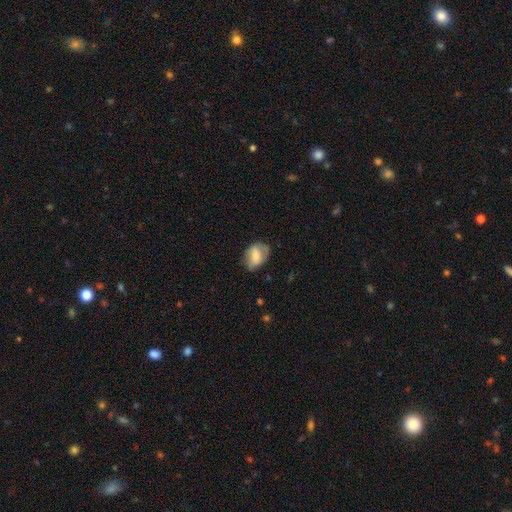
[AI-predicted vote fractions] Morphology: type=smooth (53%); roundness=in between (73%); merging=none (55%).